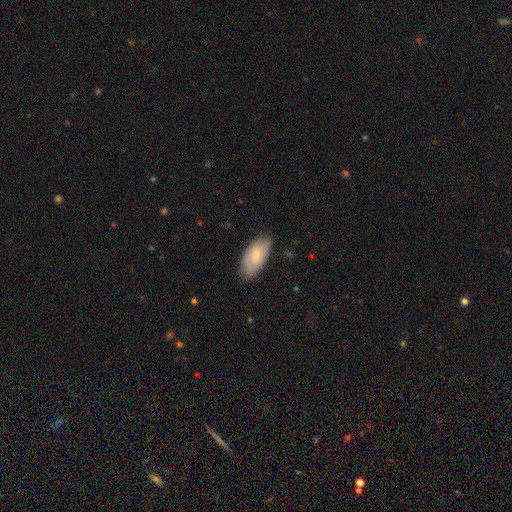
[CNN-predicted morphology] Smooth or featured?
  - smooth: 69% *
  - featured or disk: 25%
  - star or artifact: 6%
How rounded?
  - in between: 92% *
  - cigar-shaped: 5%
  - round: 2%
Merging?
  - none: 72% *
  - minor disturbance: 23%
  - major disturbance: 4%
  - merger: 1%